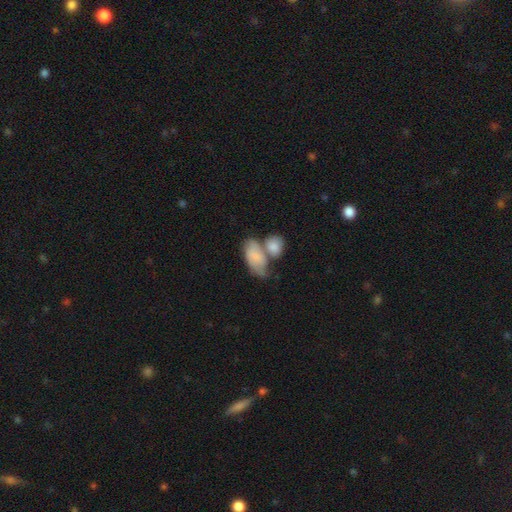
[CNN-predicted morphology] This appears to be a smooth galaxy with no disk features (73%) that is in between round and cigar-shaped (90%). Merging: merger (51%).